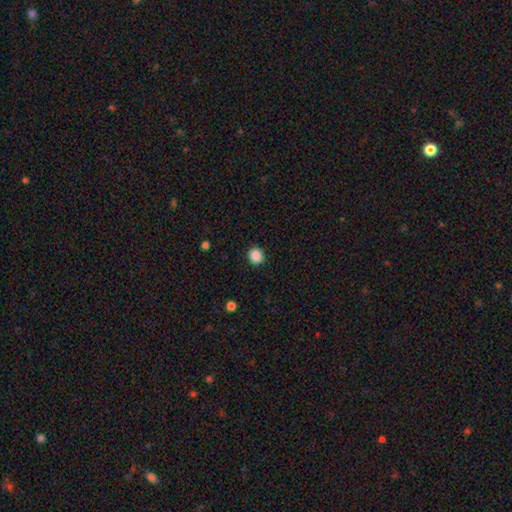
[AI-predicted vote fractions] This is clearly a smooth galaxy (87%). How rounded: clearly round (86%). Merging: clearly none (91%).